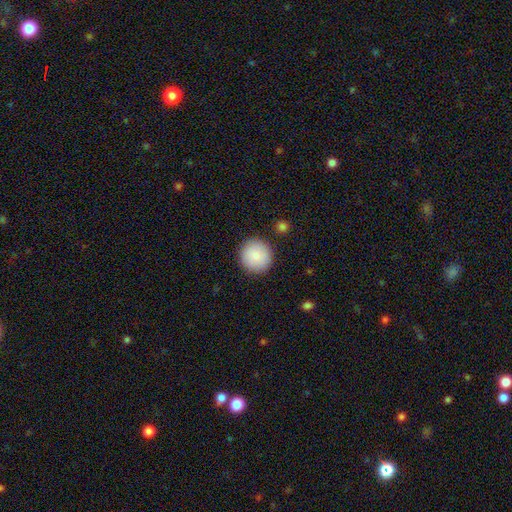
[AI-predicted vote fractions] The model was most divided on "smooth or featured": smooth: 87%, star or artifact: 7%, featured or disk: 6%. More confident: how rounded — round (95%); merging — none (89%).